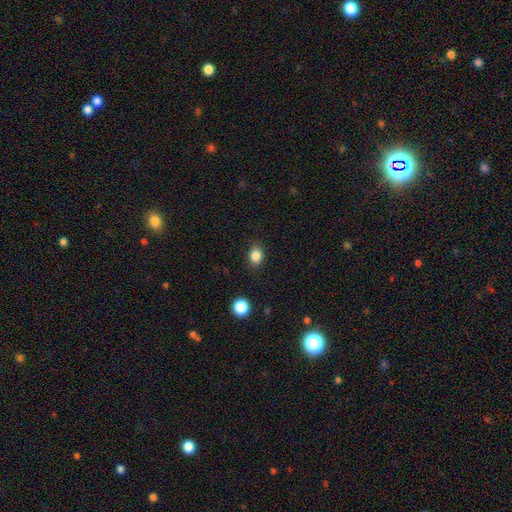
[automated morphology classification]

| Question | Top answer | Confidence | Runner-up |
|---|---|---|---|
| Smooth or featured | smooth | 85% | star or artifact (11%) |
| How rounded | in between | 59% | round (40%) |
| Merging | none | 85% | minor disturbance (11%) |